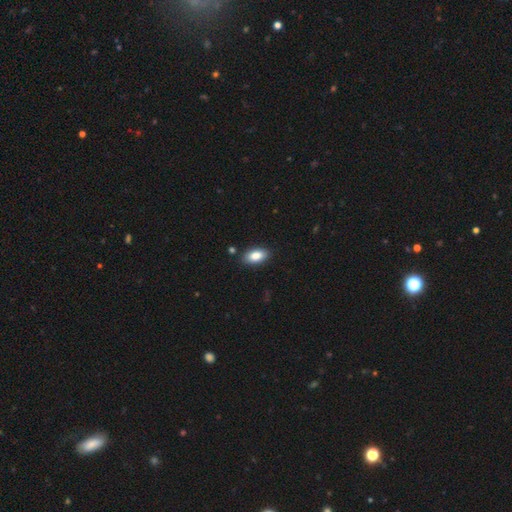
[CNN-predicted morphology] This appears to be a smooth galaxy with no disk features (86%) that is in between round and cigar-shaped (92%). Merging: none (86%).